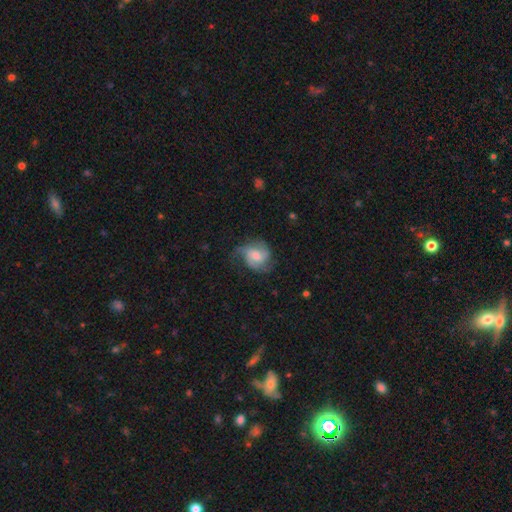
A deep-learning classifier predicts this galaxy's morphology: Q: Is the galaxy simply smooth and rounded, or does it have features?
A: featured or disk — 62%.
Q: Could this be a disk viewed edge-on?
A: no — 97%.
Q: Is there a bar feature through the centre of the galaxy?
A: no — 57%.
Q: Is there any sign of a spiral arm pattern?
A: yes — 90%.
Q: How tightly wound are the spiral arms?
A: medium — 47%.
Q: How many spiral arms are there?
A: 2 — 37%.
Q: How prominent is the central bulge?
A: moderate — 58%.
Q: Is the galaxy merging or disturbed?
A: none — 58%.